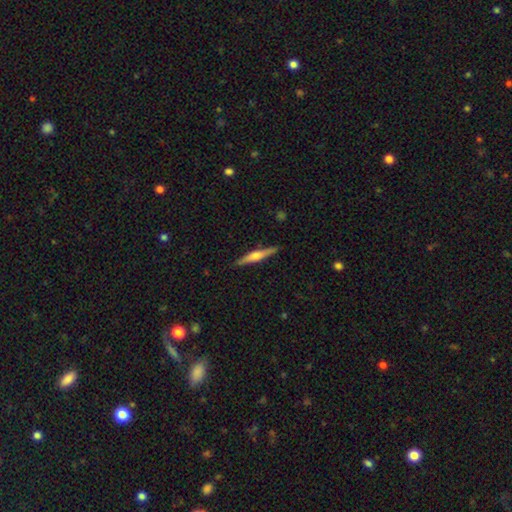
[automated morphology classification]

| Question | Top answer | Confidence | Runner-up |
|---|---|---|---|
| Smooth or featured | featured or disk | 54% | smooth (40%) |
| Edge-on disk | yes | 97% | no (3%) |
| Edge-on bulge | rounded | 78% | boxy (11%) |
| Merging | none | 88% | minor disturbance (9%) |